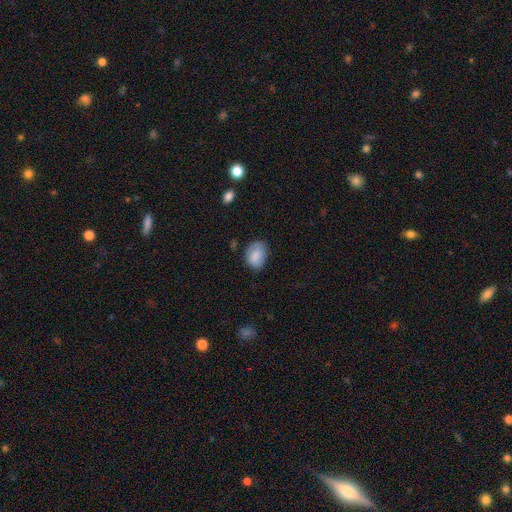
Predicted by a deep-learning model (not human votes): Smooth or featured? smooth (83%)
How rounded? in between (75%)
Merging? none (69%)